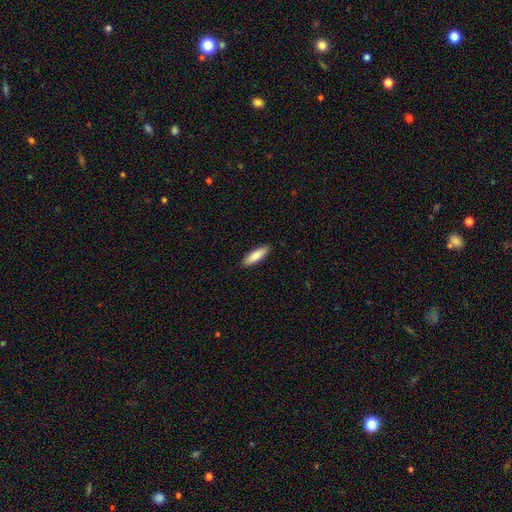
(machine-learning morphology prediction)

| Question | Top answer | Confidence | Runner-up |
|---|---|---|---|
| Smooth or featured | smooth | 81% | featured or disk (14%) |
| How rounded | cigar-shaped | 53% | in between (45%) |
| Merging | none | 90% | minor disturbance (8%) |